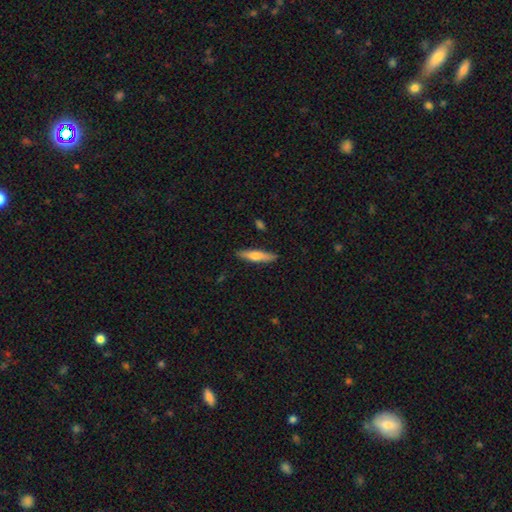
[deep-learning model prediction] Overall: smooth (61%; featured or disk 33%). How rounded: cigar-shaped (80%). Merging: none (88%).